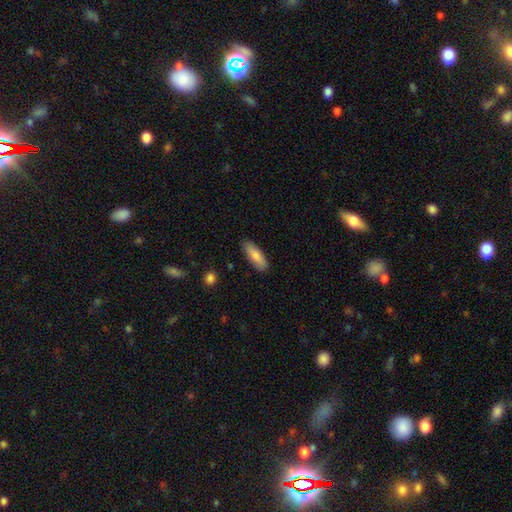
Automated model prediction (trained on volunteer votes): smooth_or_featured: smooth (p=0.81) [alt: featured or disk p=0.13]
how_rounded: in between (p=0.55) [alt: cigar-shaped p=0.43]
merging: none (p=0.87) [alt: minor disturbance p=0.10]